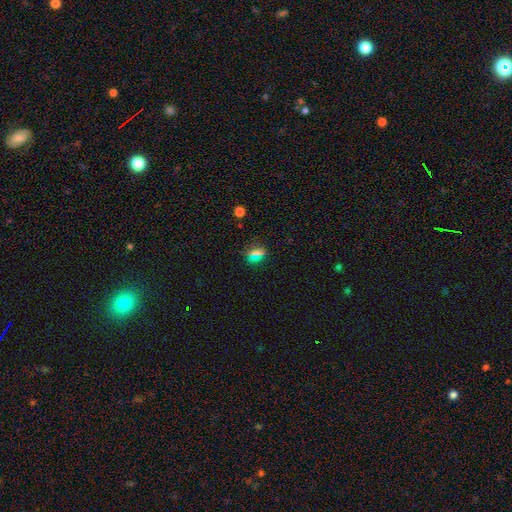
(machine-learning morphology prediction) smooth-or-featured: smooth: 59% | star or artifact: 31% | featured or disk: 11%
  how-rounded: round: 64% | in between: 28% | cigar-shaped: 8%
  merging: none: 86% | minor disturbance: 9% | major disturbance: 3% | merger: 2%